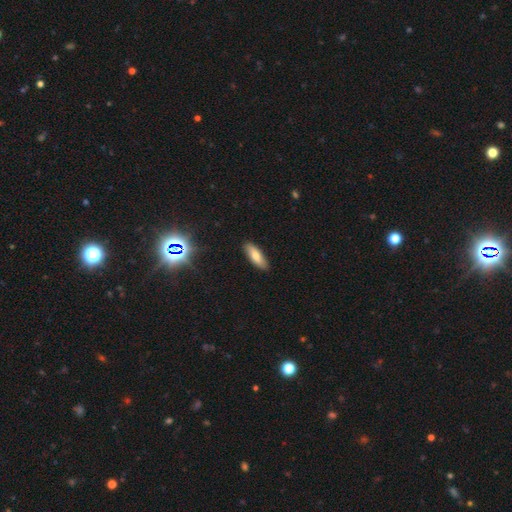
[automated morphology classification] This is likely a smooth galaxy (76%). How rounded: likely in between (63%). Merging: clearly none (88%).